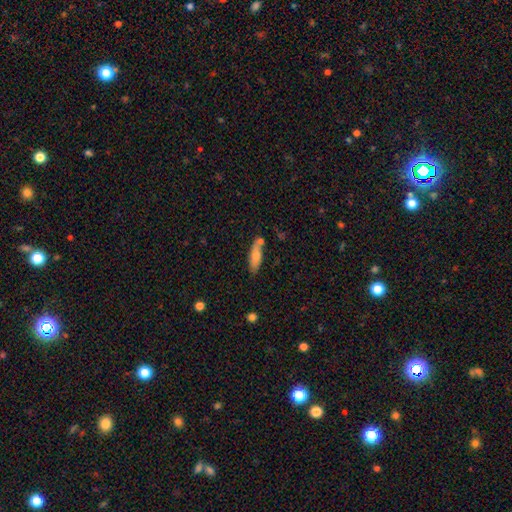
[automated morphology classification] Smooth or featured: smooth — 73% (featured or disk — 21%)
How rounded: cigar-shaped — 51% (in between — 47%)
Merging: none — 63% (minor disturbance — 18%)